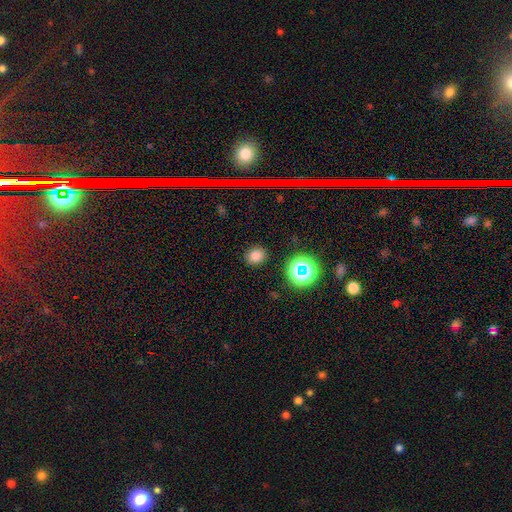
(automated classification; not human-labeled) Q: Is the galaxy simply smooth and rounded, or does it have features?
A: smooth — 77%.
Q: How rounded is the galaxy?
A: round — 78%.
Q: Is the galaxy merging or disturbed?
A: none — 88%.